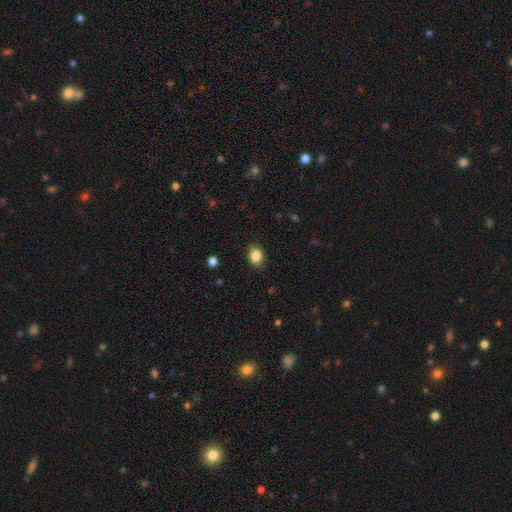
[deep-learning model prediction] Overall: smooth (86%). How rounded: in between (63%; round 36%). Merging: none (86%).